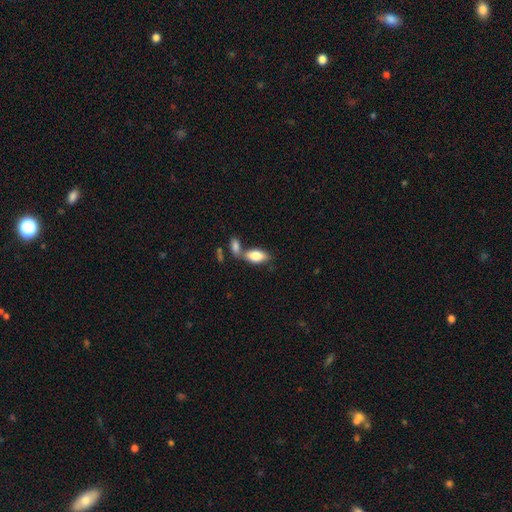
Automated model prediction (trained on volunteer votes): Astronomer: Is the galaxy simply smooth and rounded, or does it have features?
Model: smooth — 82%.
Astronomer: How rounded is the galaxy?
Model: in between — 91%.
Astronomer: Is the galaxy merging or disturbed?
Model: none — 48% (runner-up: merger, 35%).